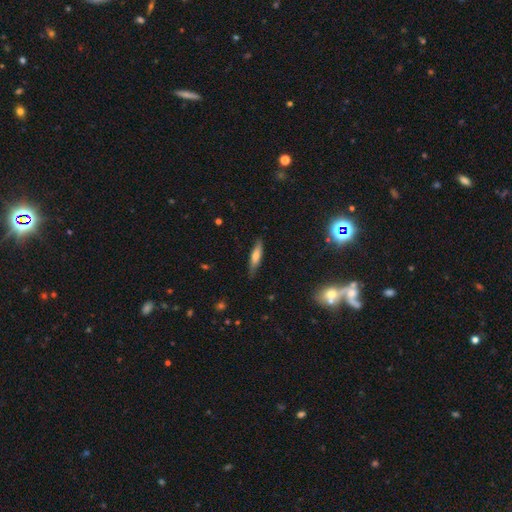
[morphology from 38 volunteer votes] A smooth galaxy with no disk features (63%) that is cigar-shaped (71%). Merging: none (83%).